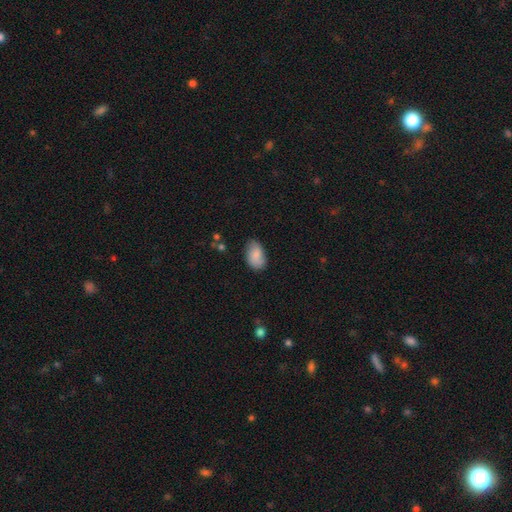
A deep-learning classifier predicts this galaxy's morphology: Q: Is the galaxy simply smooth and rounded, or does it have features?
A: smooth — 81%.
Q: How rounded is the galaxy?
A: in between — 92%.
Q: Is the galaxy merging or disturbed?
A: none — 73%.